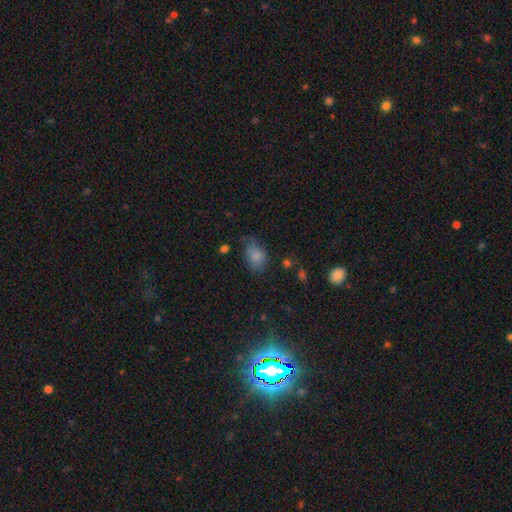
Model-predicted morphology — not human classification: Smooth or featured? Predicted: smooth (p=0.82). How rounded? Predicted: in between (p=0.77). Merging? Predicted: none (p=0.56).